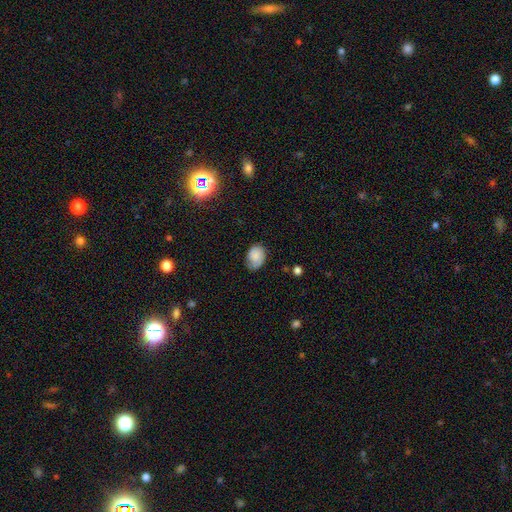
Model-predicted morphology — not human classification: A smooth galaxy with no disk features (78%) that is in between round and cigar-shaped (66%). Merging: none (56%).